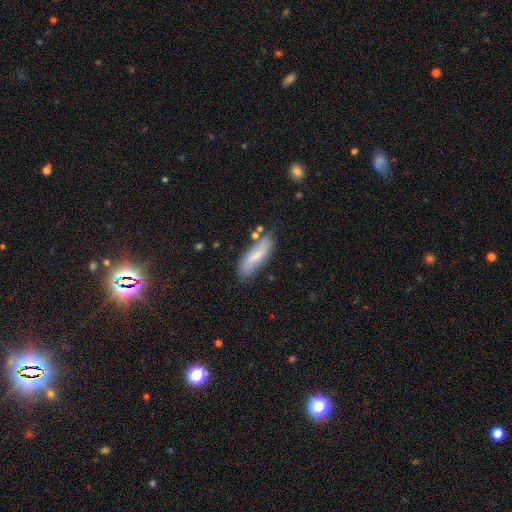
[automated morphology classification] Overall: smooth (63%; featured or disk 30%). How rounded: in between (50%; cigar-shaped 47%). Merging: none (72%).